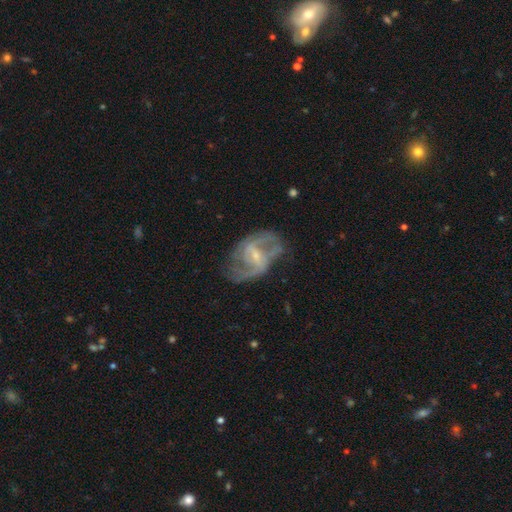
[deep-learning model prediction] featured or disk 87%, smooth 7%, star or artifact 5%. Down the decision tree: edge-on disk — no (97%); bar — weak (49%); spiral arms — yes (93%); spiral arm count — 2 (73%); spiral winding — medium (52%); bulge size — small (69%); merging — none (61%).